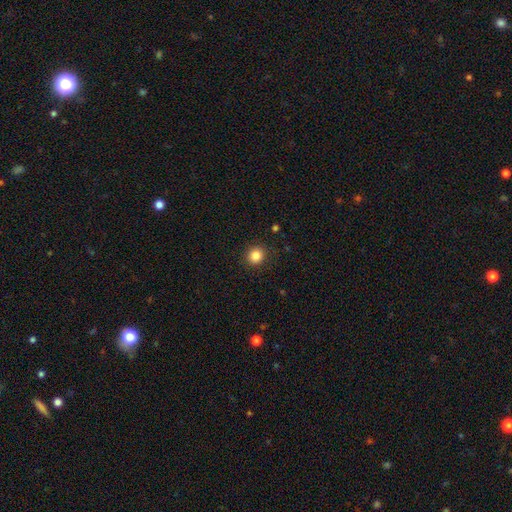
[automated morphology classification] This appears to be a smooth galaxy with no disk features (85%) that is round (89%). Merging: none (91%).